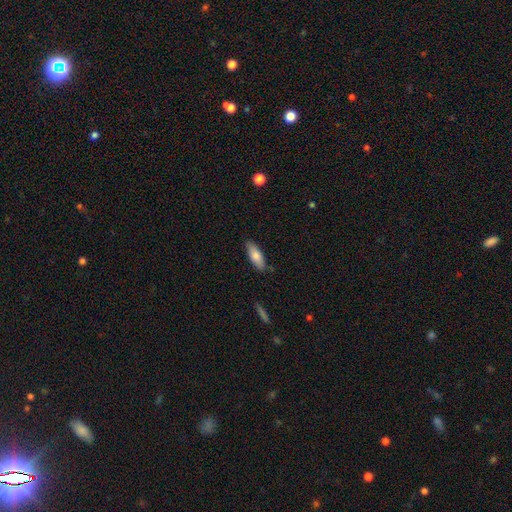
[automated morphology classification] smooth 77%, featured or disk 17%, star or artifact 6%. Down the decision tree: how rounded — in between (65%); merging — none (81%).